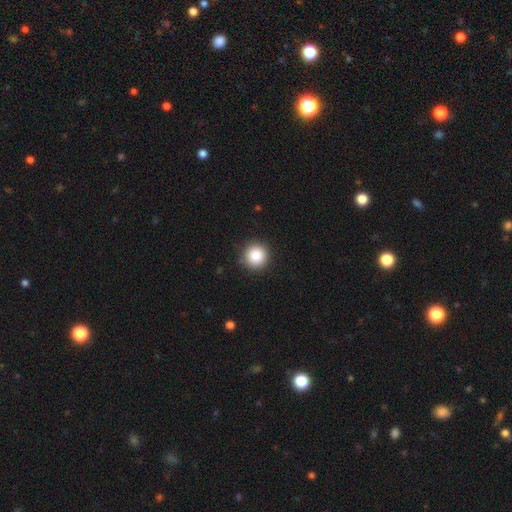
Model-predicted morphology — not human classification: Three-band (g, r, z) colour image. It shows a smooth galaxy with no disk features (87%) that is round (95%). Merging: none (91%).